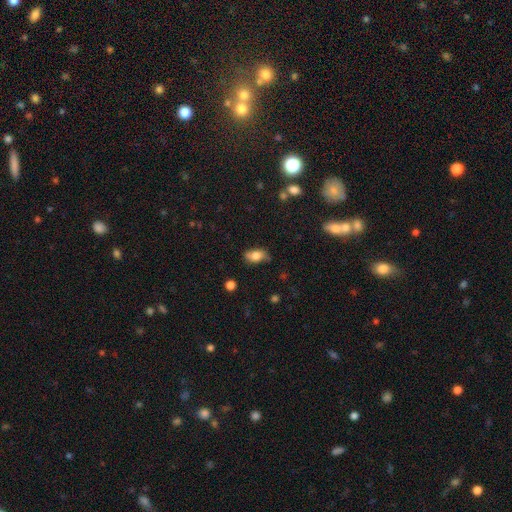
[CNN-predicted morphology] The model was most divided on "merging": none: 70%, minor disturbance: 24%, major disturbance: 5%, merger: 2%. More confident: how rounded — in between (89%); smooth or featured — smooth (74%).